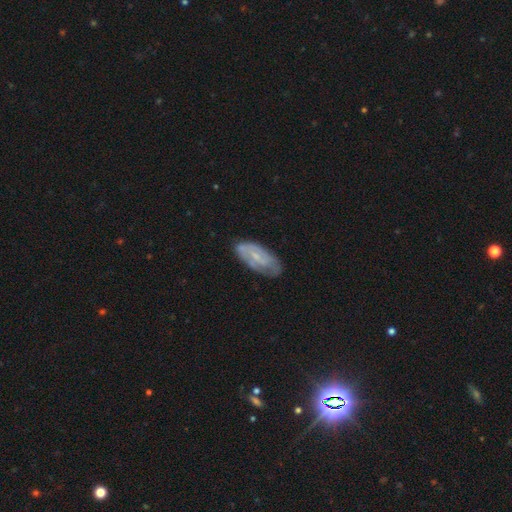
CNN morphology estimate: smooth-or-featured: featured or disk: 59% | smooth: 34% | star or artifact: 7%
  disk-edge-on: no: 91% | yes: 9%
    bar: no: 52% | weak: 40% | strong: 9%
    has-spiral-arms: yes: 69% | no: 31%
    bulge-size: small: 64% | moderate: 21% | none: 13% | large: 1% | dominant: 1%
  merging: none: 69% | minor disturbance: 23% | major disturbance: 6% | merger: 2%